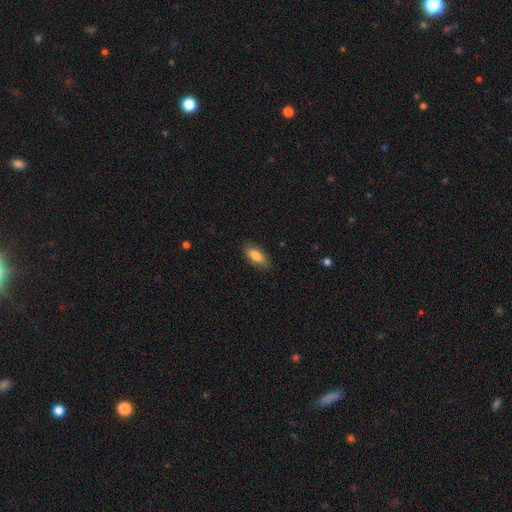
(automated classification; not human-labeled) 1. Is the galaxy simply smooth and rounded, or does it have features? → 80% smooth, 14% featured or disk, 6% star or artifact.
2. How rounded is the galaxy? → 82% in between, 16% cigar-shaped, 2% round.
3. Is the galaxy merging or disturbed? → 83% none, 13% minor disturbance, 3% major disturbance, 1% merger.